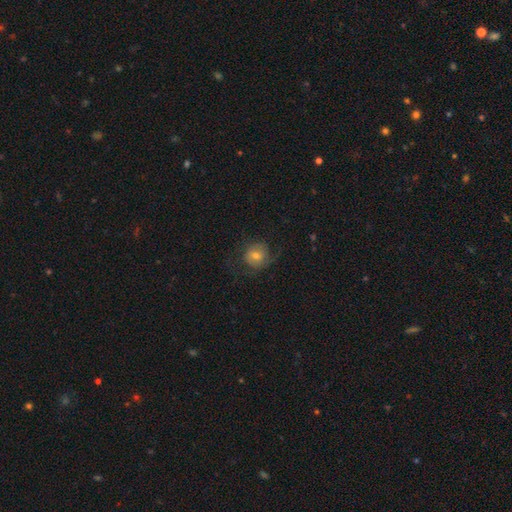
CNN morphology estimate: Q: Smooth or featured?
A: smooth (52%); runner-up: featured or disk (37%)
Q: How rounded?
A: round (82%); runner-up: in between (17%)
Q: Merging?
A: none (62%); runner-up: minor disturbance (19%)